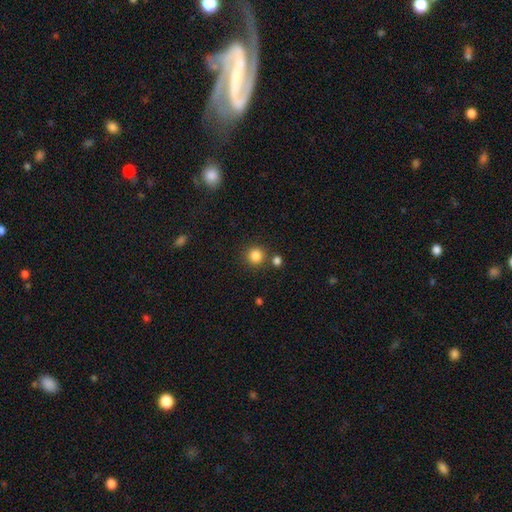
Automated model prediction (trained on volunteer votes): The model was most divided on "merging": none: 81%, merger: 9%, minor disturbance: 7%, major disturbance: 3%. More confident: how rounded — round (92%); smooth or featured — smooth (84%).